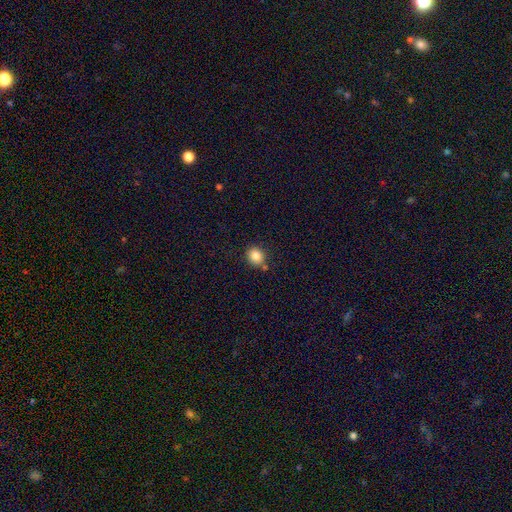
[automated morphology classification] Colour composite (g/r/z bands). It shows a smooth galaxy with no disk features (84%) that is round (76%). Merging: none (76%).